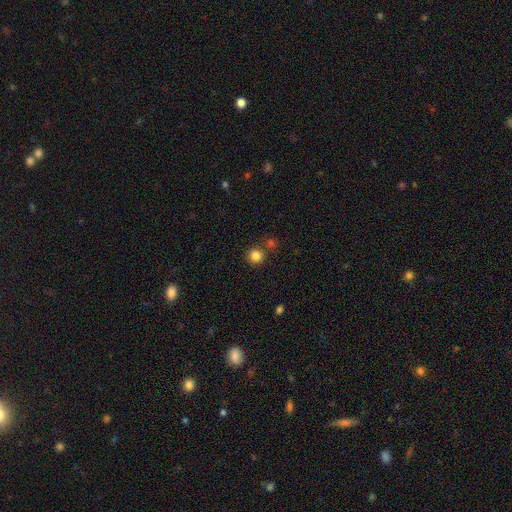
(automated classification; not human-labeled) Smooth or featured?
  - smooth: 83% *
  - star or artifact: 12%
  - featured or disk: 5%
How rounded?
  - round: 93% *
  - in between: 6%
  - cigar-shaped: 1%
Merging?
  - none: 78% *
  - merger: 11%
  - minor disturbance: 8%
  - major disturbance: 3%